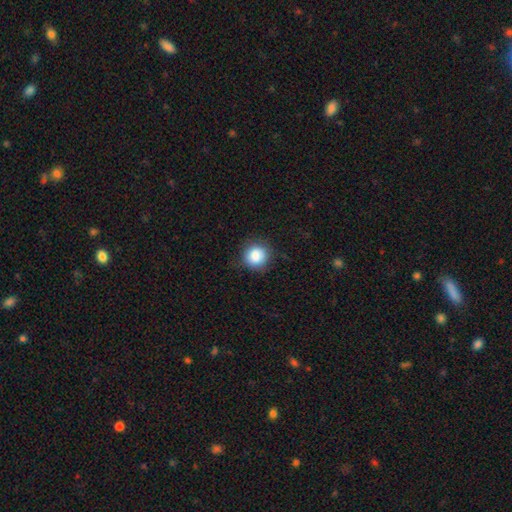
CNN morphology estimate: A smooth galaxy with no disk features (84%) that is round (88%). Merging: none (82%).